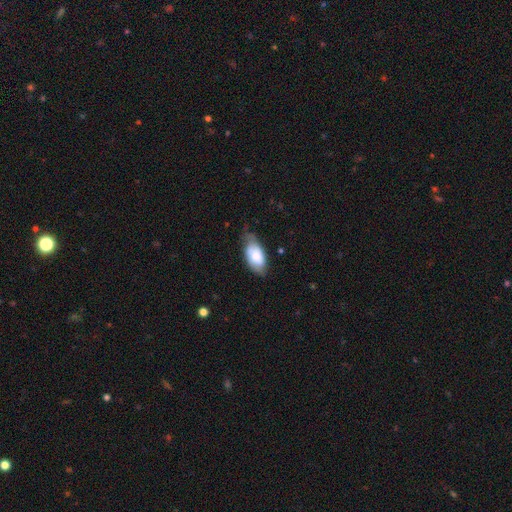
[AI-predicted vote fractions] Morphology: type=smooth (73%); roundness=in between (92%); merging=none (54%).